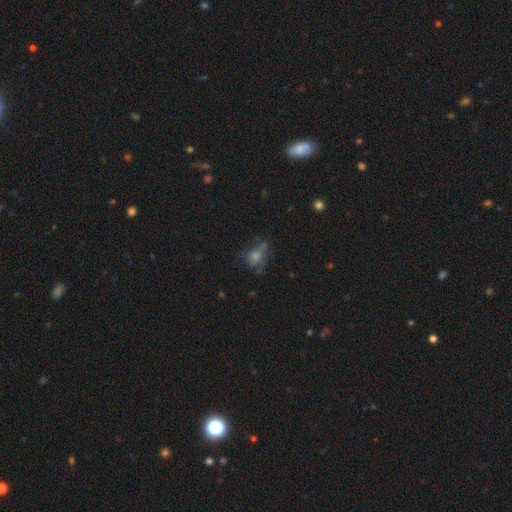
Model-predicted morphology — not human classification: Overall: smooth (50%; star or artifact 26%). How rounded: round (49%; in between 47%). Merging: none (51%; minor disturbance 23%).